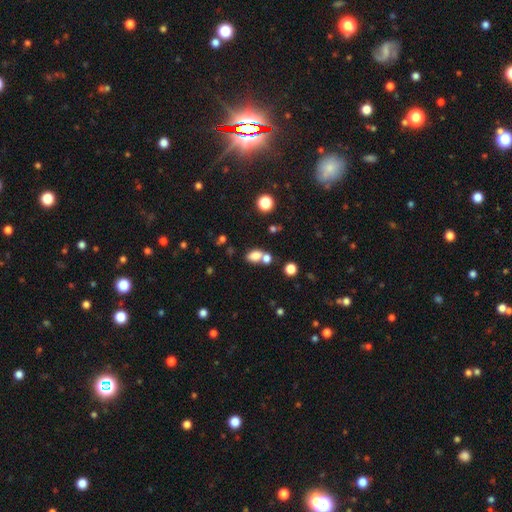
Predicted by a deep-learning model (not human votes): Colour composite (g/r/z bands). It shows a smooth galaxy with no disk features (78%) that is in between round and cigar-shaped (79%). Merging: none (44%).